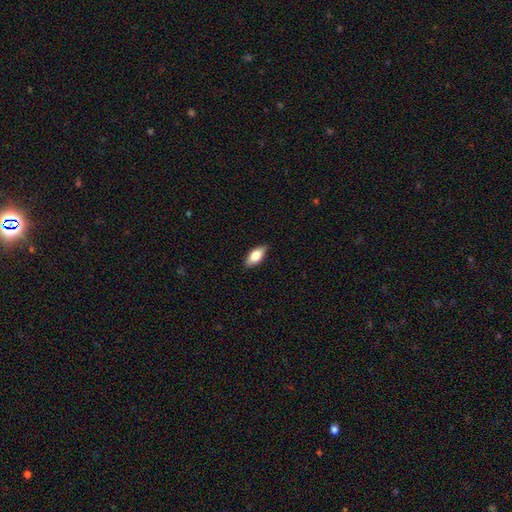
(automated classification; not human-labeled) This appears to be a smooth galaxy with no disk features (74%) that is in between round and cigar-shaped (84%). Merging: none (87%).